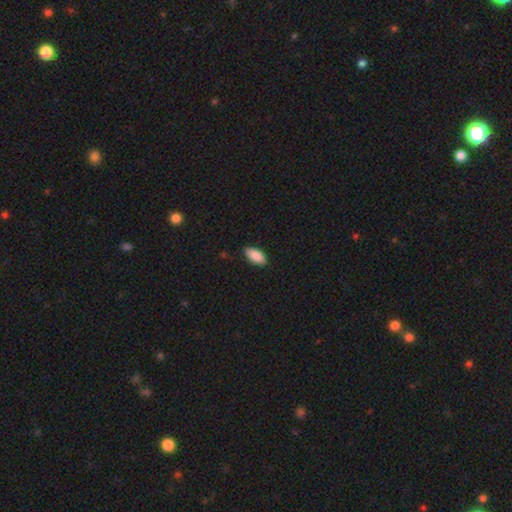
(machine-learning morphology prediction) A smooth galaxy with no disk features (89%) that is in between round and cigar-shaped (92%).

Vote fractions:
- Smooth or featured? smooth: 89% / star or artifact: 6% / featured or disk: 5%
- How rounded? in between: 92% / cigar-shaped: 6% / round: 2%
- Merging? none: 84% / minor disturbance: 13% / major disturbance: 2% / merger: 1%